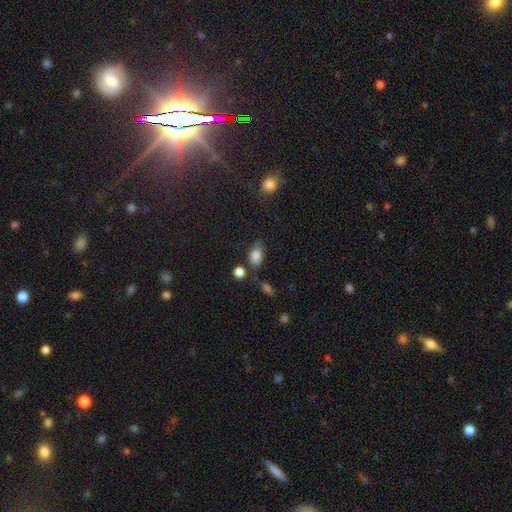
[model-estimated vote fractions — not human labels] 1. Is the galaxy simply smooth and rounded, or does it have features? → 85% smooth, 9% star or artifact, 6% featured or disk.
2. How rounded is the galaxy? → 88% in between, 10% round, 2% cigar-shaped.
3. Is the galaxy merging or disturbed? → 67% none, 20% minor disturbance, 7% merger, 5% major disturbance.